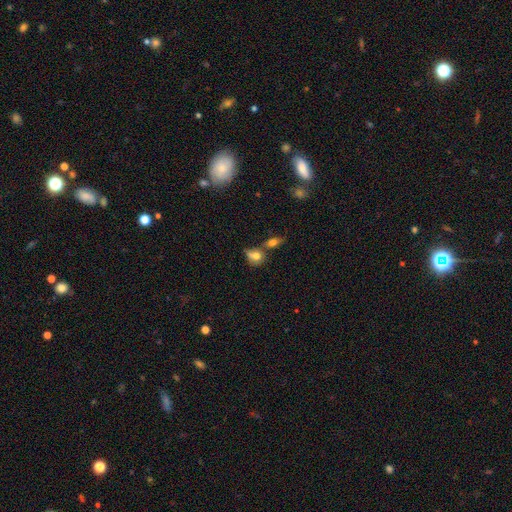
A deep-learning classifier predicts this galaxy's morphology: type=smooth (74%); roundness=round (52%); merging=merger (41%).